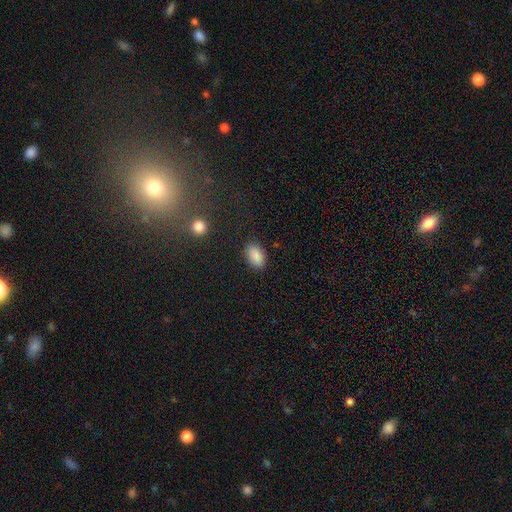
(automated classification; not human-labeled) Smooth or featured? smooth (88%)
How rounded? in between (91%)
Merging? none (85%)